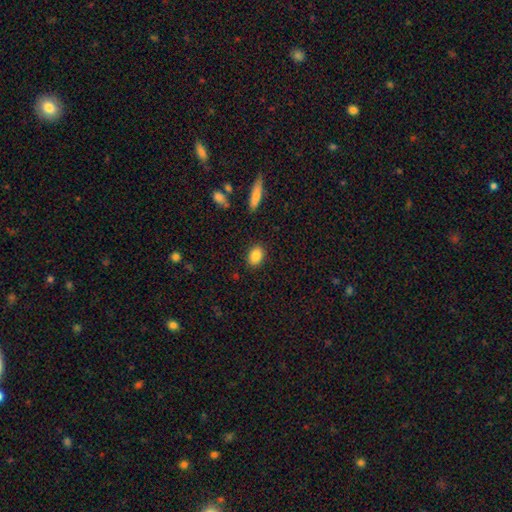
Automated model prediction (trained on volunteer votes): smooth_or_featured: smooth (p=0.86) [alt: star or artifact p=0.08]
how_rounded: in between (p=0.76) [alt: round p=0.23]
merging: none (p=0.87) [alt: minor disturbance p=0.09]